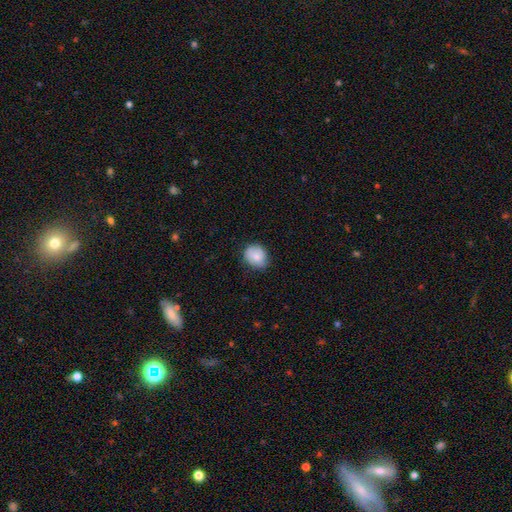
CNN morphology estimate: type=smooth (76%); roundness=round (57%); merging=none (70%).